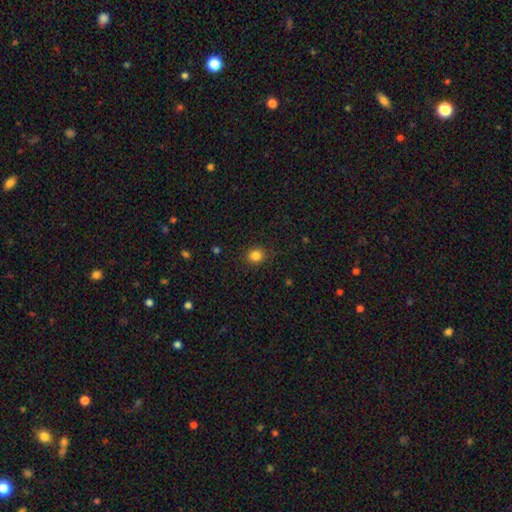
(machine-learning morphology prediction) Q: Smooth or featured?
A: smooth (84%); runner-up: star or artifact (11%)
Q: How rounded?
A: round (80%); runner-up: in between (19%)
Q: Merging?
A: none (88%); runner-up: minor disturbance (9%)